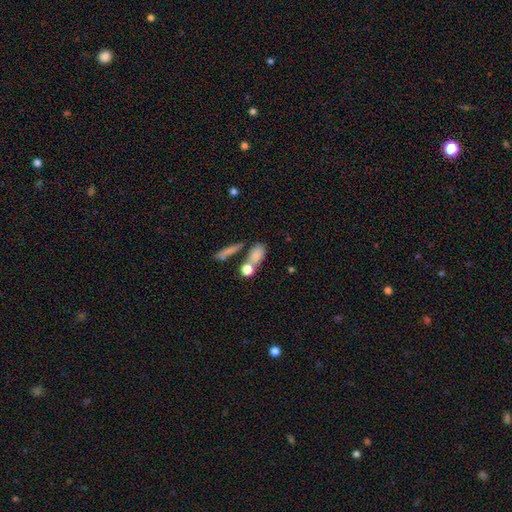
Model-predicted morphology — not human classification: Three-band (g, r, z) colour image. It shows a smooth galaxy with no disk features (78%) that is in between round and cigar-shaped (61%). Merging: none (49%).